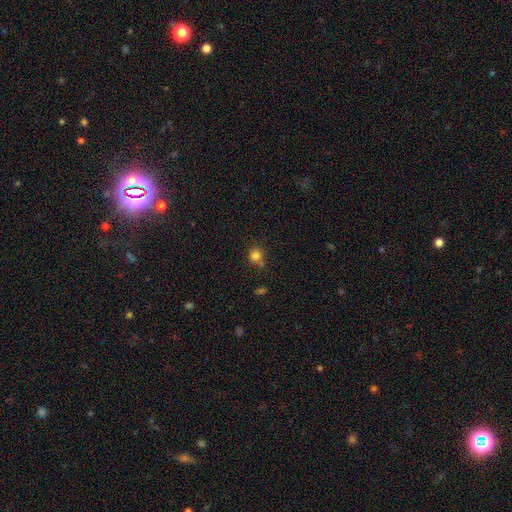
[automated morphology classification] Smooth or featured?
  - smooth: 81% *
  - star or artifact: 13%
  - featured or disk: 6%
How rounded?
  - round: 85% *
  - in between: 14%
  - cigar-shaped: 1%
Merging?
  - none: 65% *
  - minor disturbance: 16%
  - merger: 14%
  - major disturbance: 5%